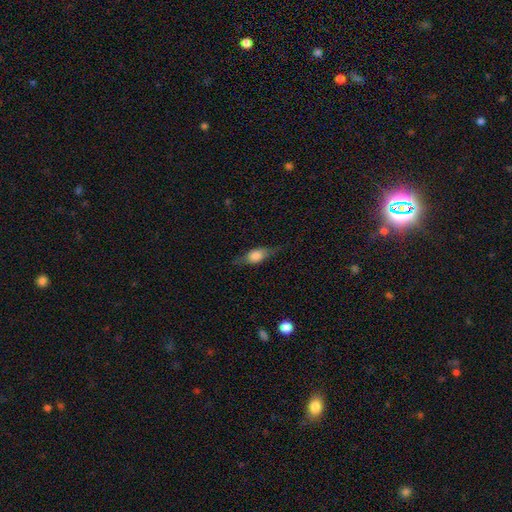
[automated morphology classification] A smooth galaxy with no disk features (59%) that is in between round and cigar-shaped (68%).

Vote fractions:
- Smooth or featured? smooth: 59% / featured or disk: 33% / star or artifact: 8%
- How rounded? in between: 68% / cigar-shaped: 21% / round: 11%
- Merging? none: 72% / minor disturbance: 20% / major disturbance: 7% / merger: 1%